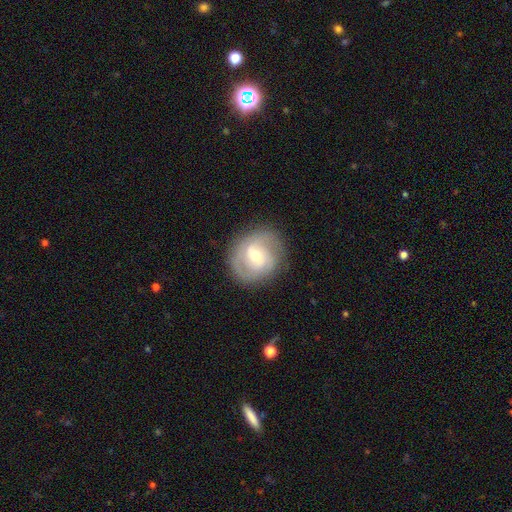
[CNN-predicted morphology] Smooth or featured?
  - featured or disk: 71% *
  - smooth: 22%
  - star or artifact: 6%
Edge-on disk?
  - no: 97% *
  - yes: 3%
Bar?
  - weak: 51% *
  - no: 33%
  - strong: 16%
Spiral arms?
  - yes: 88% *
  - no: 12%
Spiral winding?
  - tight: 44% *
  - medium: 41%
  - loose: 15%
Spiral arm count?
  - 2: 54% *
  - can't tell: 20%
  - 3: 16%
  - 1: 4%
  - 4: 3%
  - more than 4: 3%
Bulge size?
  - moderate: 59% *
  - small: 35%
  - large: 4%
  - none: 1%
  - dominant: 1%
Merging?
  - none: 81% *
  - minor disturbance: 13%
  - major disturbance: 5%
  - merger: 1%